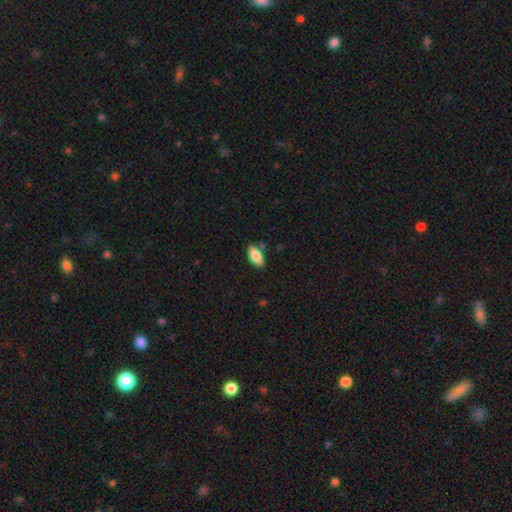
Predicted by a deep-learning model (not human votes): Morphology: type=smooth (75%); roundness=in between (84%); merging=none (79%).